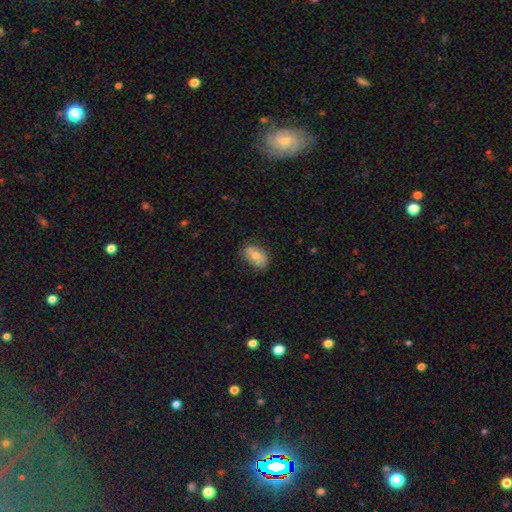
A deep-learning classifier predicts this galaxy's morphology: Smooth or featured? Predicted: smooth (p=0.69). How rounded? Predicted: in between (p=0.87). Merging? Predicted: none (p=0.78).